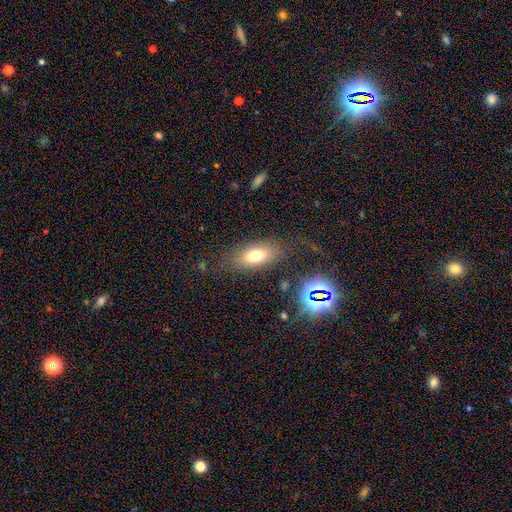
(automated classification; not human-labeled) A smooth galaxy with no disk features (70%) that is in between round and cigar-shaped (84%). Merging: none (78%).